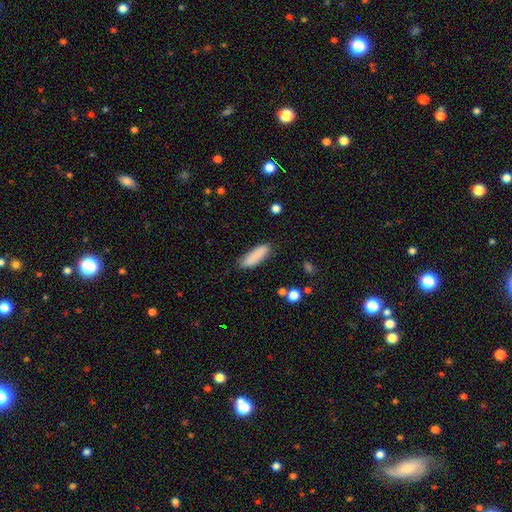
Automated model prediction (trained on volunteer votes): Overall: smooth (87%). How rounded: in between (51%; cigar-shaped 47%). Merging: none (81%).